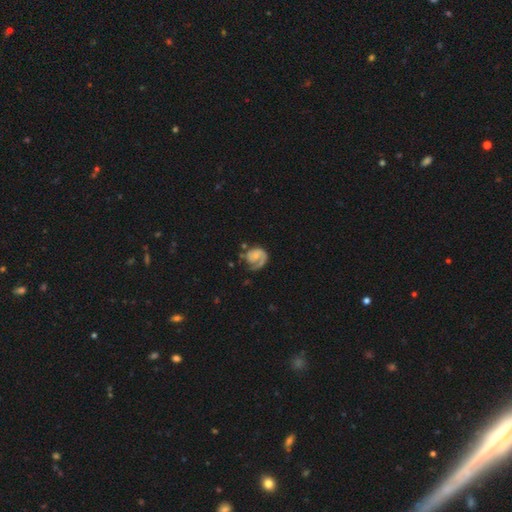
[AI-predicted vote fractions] smooth-or-featured: featured or disk: 75% | smooth: 19% | star or artifact: 6%
  disk-edge-on: no: 98% | yes: 2%
    bar: no: 68% | weak: 27% | strong: 5%
    has-spiral-arms: yes: 93% | no: 7%
      spiral-winding: tight: 45% | medium: 36% | loose: 19%
      spiral-arm-count: 1: 68% | 2: 23% | can't tell: 5% | 3: 2% | 4: 1% | more than 4: 1%
    bulge-size: small: 51% | none: 23% | moderate: 20% | large: 4% | dominant: 2%
  merging: none: 52% | major disturbance: 23% | minor disturbance: 21% | merger: 4%